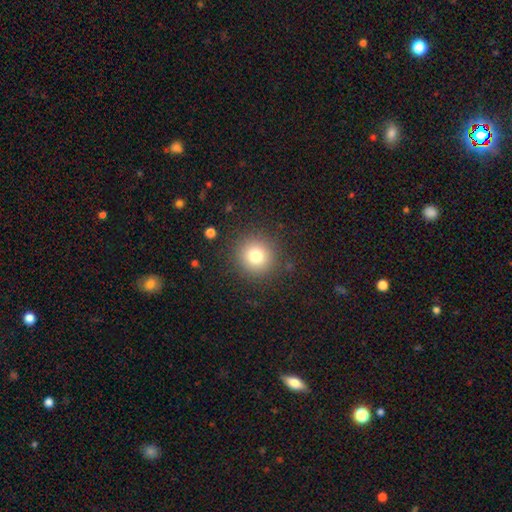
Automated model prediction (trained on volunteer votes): Smooth or featured?
  - smooth: 78% *
  - star or artifact: 13%
  - featured or disk: 9%
How rounded?
  - round: 94% *
  - in between: 5%
  - cigar-shaped: 1%
Merging?
  - none: 89% *
  - minor disturbance: 7%
  - major disturbance: 3%
  - merger: 1%